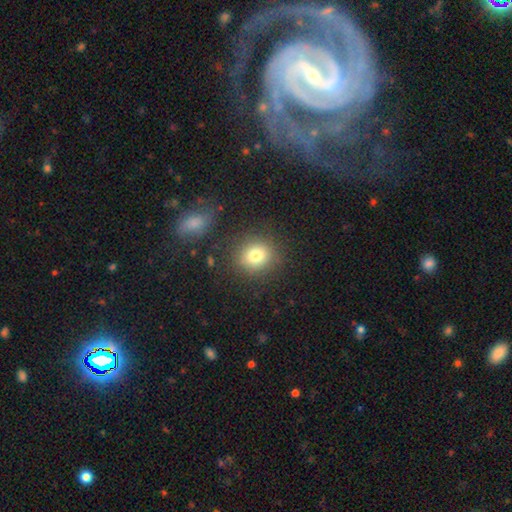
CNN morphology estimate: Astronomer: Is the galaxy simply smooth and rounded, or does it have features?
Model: smooth — 78%.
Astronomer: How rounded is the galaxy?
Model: round — 81%.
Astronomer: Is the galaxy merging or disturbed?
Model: none — 84%.